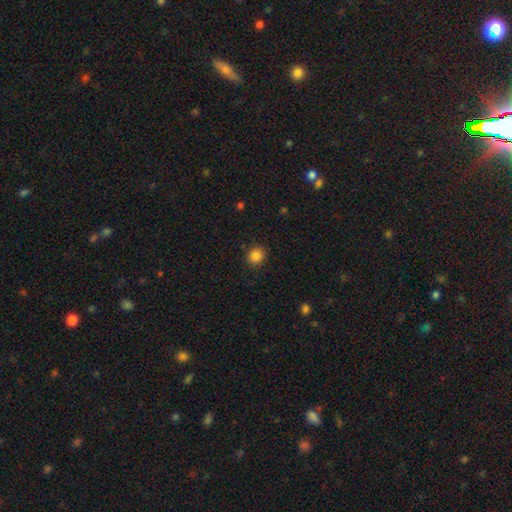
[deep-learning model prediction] Overall: smooth (86%). How rounded: round (85%). Merging: none (89%).